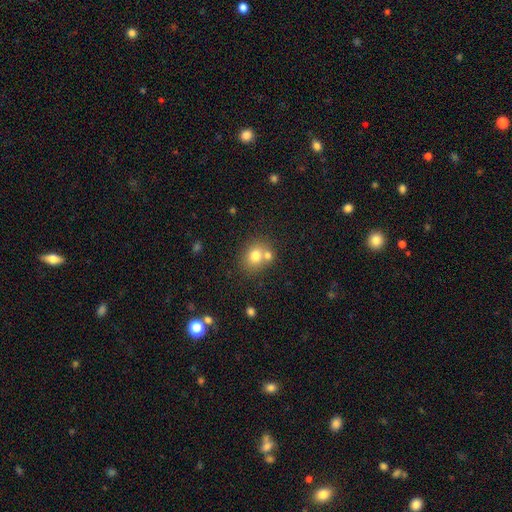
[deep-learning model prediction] This is likely a smooth galaxy (75%). How rounded: likely round (71%). Merging: possibly none (52%).